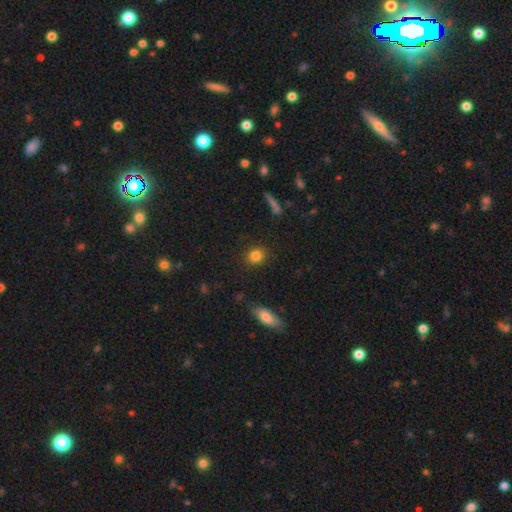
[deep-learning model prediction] Overall: smooth (84%). How rounded: round (81%). Merging: none (89%).